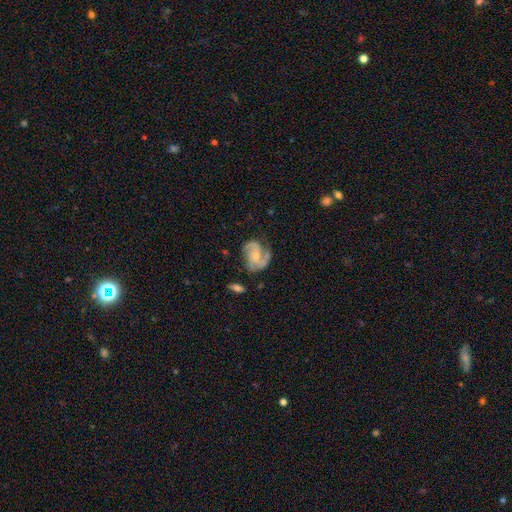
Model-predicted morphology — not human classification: smooth-or-featured: featured or disk: 85% | smooth: 9% | star or artifact: 5%
  disk-edge-on: no: 98% | yes: 2%
    bar: no: 67% | weak: 27% | strong: 6%
    has-spiral-arms: yes: 96% | no: 4%
      spiral-winding: medium: 51% | tight: 30% | loose: 19%
      spiral-arm-count: 2: 49% | 3: 30% | can't tell: 9% | 1: 5% | 4: 4% | more than 4: 3%
    bulge-size: small: 62% | moderate: 31% | none: 4% | large: 2% | dominant: 1%
  merging: none: 60% | minor disturbance: 23% | major disturbance: 13% | merger: 4%